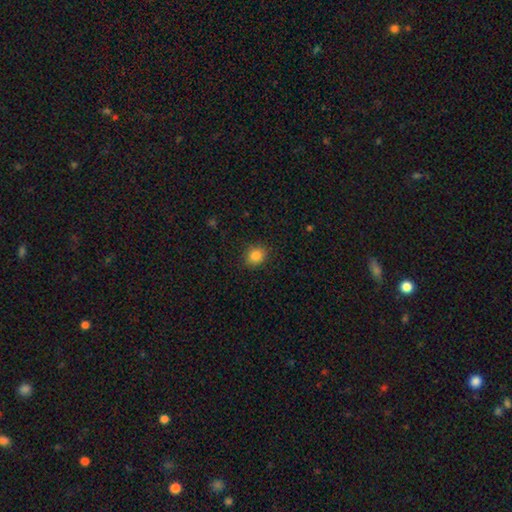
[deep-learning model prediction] A smooth galaxy with no disk features (85%) that is round (75%). Merging: none (89%).